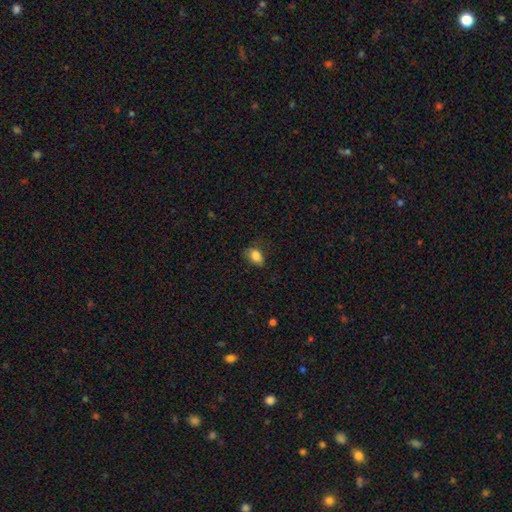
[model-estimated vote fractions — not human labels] Morphology: type=smooth (84%); roundness=in between (81%); merging=none (65%).